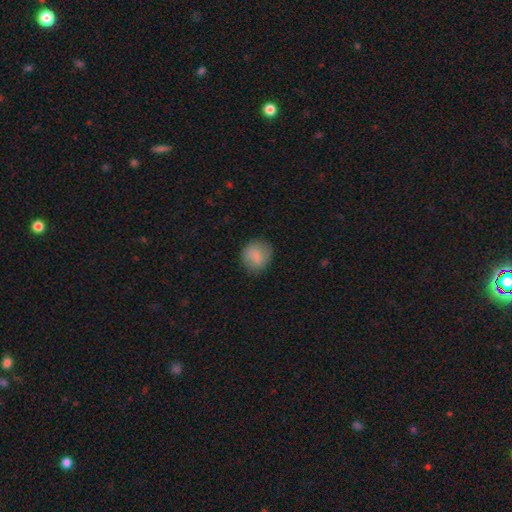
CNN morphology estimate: This appears to be a smooth galaxy with no disk features (79%) that is round (82%). Merging: none (79%).